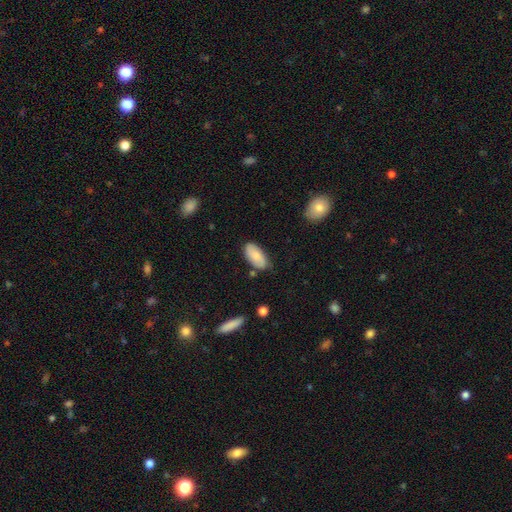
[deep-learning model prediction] smooth-or-featured: smooth: 78% | featured or disk: 16% | star or artifact: 6%
  how-rounded: in between: 93% | cigar-shaped: 4% | round: 2%
  merging: none: 74% | minor disturbance: 19% | major disturbance: 3% | merger: 3%